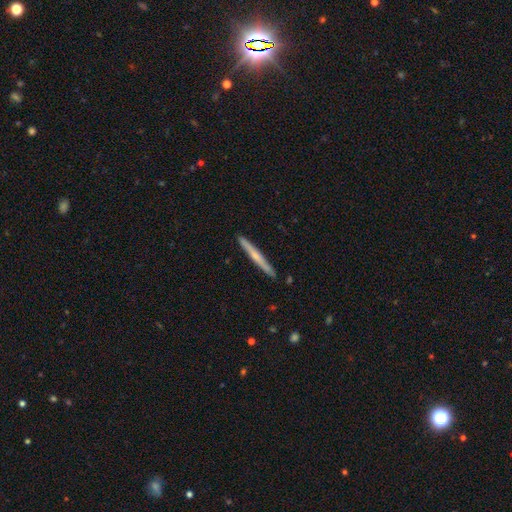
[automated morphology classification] Smooth or featured: featured or disk — 53% (smooth — 42%)
Edge-on disk: yes — 97% (no — 3%)
Edge-on bulge: rounded — 52% (none — 43%)
Merging: none — 90% (minor disturbance — 7%)